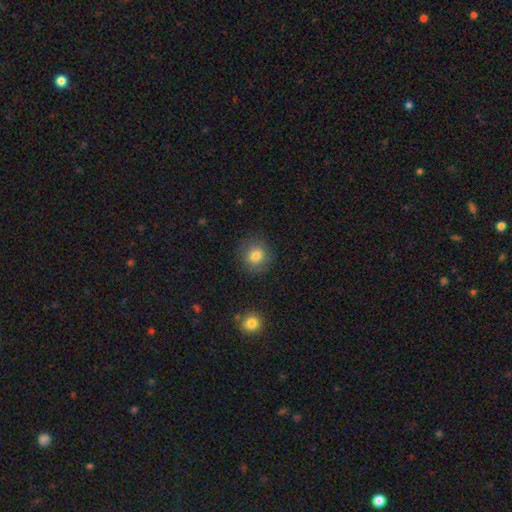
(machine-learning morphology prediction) smooth_or_featured: smooth (p=0.82) [alt: star or artifact p=0.10]
how_rounded: round (p=0.85) [alt: in between p=0.14]
merging: none (p=0.85) [alt: minor disturbance p=0.10]